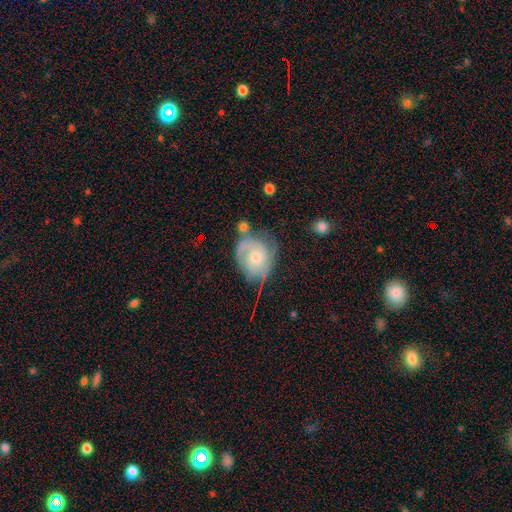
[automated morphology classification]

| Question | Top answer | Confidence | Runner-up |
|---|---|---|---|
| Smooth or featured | featured or disk | 76% | smooth (17%) |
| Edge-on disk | no | 97% | yes (3%) |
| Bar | no | 74% | weak (22%) |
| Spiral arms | yes | 92% | no (8%) |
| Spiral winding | tight | 57% | medium (33%) |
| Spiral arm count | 2 | 47% | can't tell (24%) |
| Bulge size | moderate | 51% | small (42%) |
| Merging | none | 53% | minor disturbance (26%) |